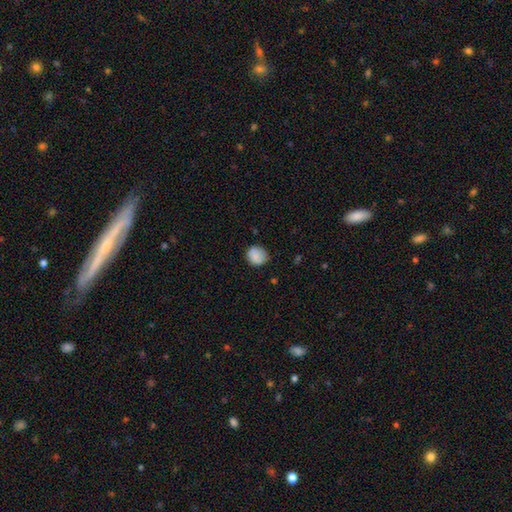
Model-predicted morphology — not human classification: Q: Smooth or featured?
A: smooth (86%); runner-up: star or artifact (8%)
Q: How rounded?
A: round (82%); runner-up: in between (17%)
Q: Merging?
A: none (76%); runner-up: minor disturbance (19%)